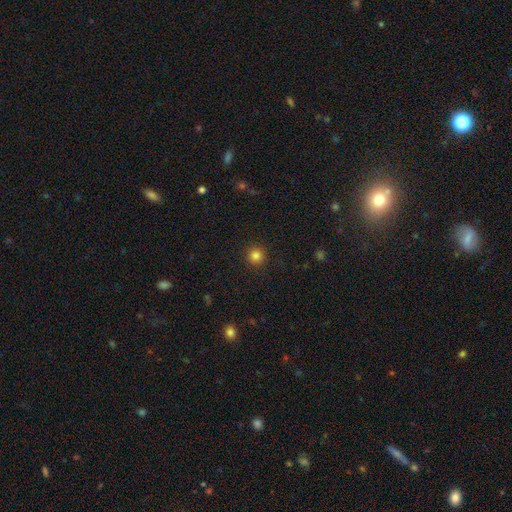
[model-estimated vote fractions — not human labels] Smooth or featured? Predicted: smooth (p=0.83). How rounded? Predicted: round (p=0.95). Merging? Predicted: none (p=0.92).